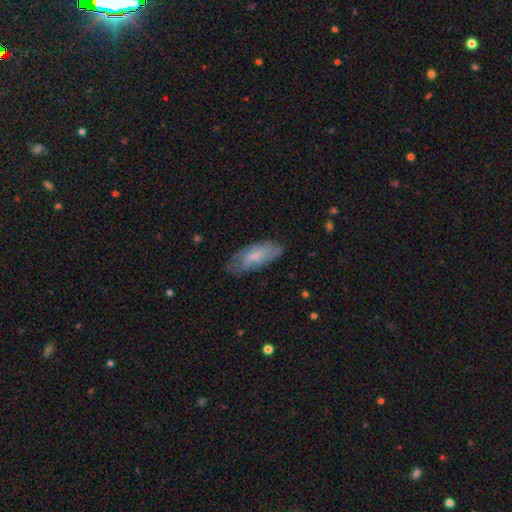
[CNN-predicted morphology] Smooth or featured? Predicted: smooth (p=0.61). How rounded? Predicted: in between (p=0.80). Merging? Predicted: none (p=0.64).